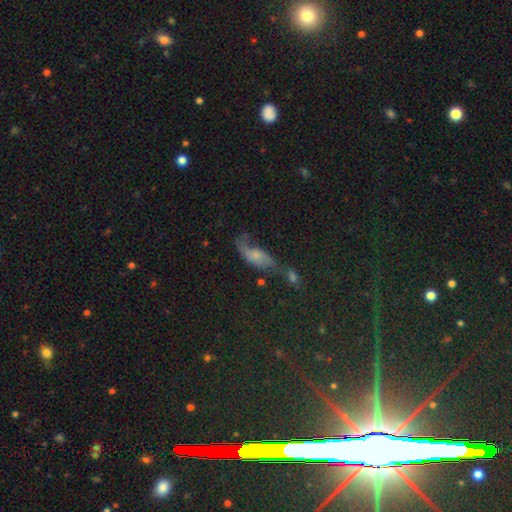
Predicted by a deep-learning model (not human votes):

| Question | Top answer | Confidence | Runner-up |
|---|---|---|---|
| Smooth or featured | smooth | 42% | tied: featured or disk (42%) |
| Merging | none | 30% | major disturbance (28%) |